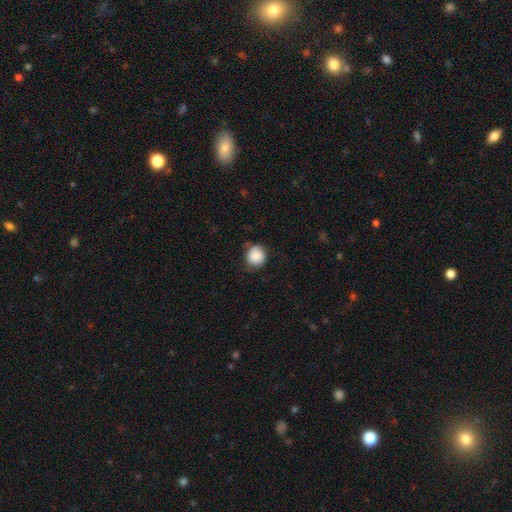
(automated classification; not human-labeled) A smooth galaxy with no disk features (86%) that is round (89%). Merging: none (74%).